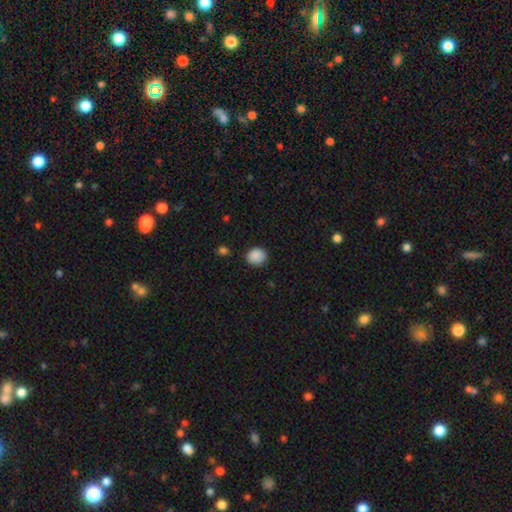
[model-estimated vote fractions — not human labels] This appears to be a smooth galaxy with no disk features (88%) that is round (77%). Merging: none (84%).